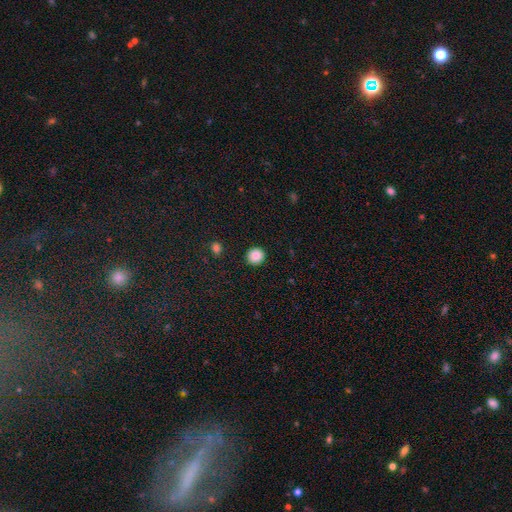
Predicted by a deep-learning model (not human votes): Smooth or featured? smooth (87%)
How rounded? round (92%)
Merging? none (92%)